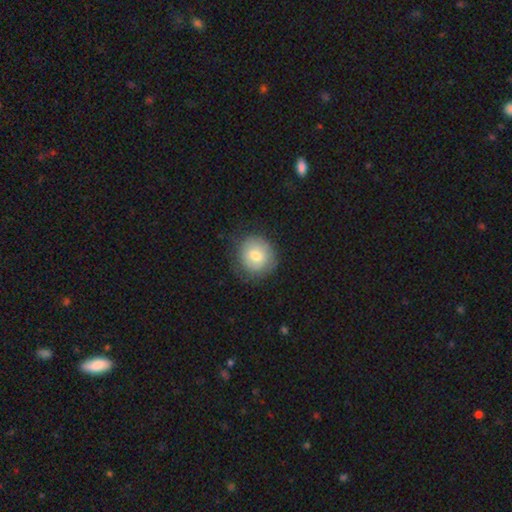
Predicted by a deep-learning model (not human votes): smooth-or-featured: smooth: 70% | featured or disk: 22% | star or artifact: 8%
  how-rounded: round: 88% | in between: 11% | cigar-shaped: 1%
  merging: none: 78% | minor disturbance: 15% | major disturbance: 5% | merger: 1%